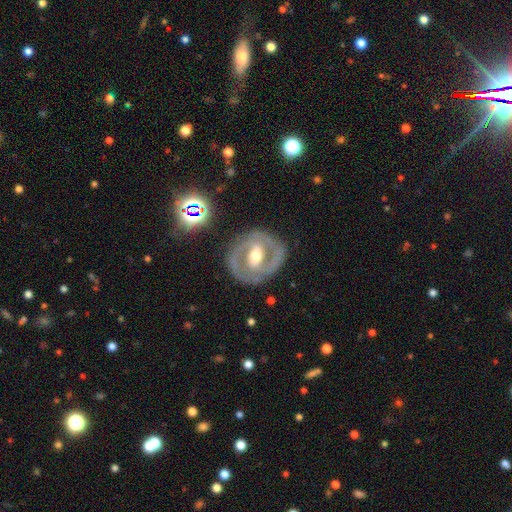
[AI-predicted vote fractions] This is clearly a featured or disk galaxy (82%). It is clearly not viewed edge-on (96%). Bar: marginally strong (43%). Spiral arm pattern: likely yes (78%). Spiral arm count: clearly 2 (83%). Spiral winding: possibly tight (46%). Central bulge: likely moderate (70%). Merging: clearly none (81%).